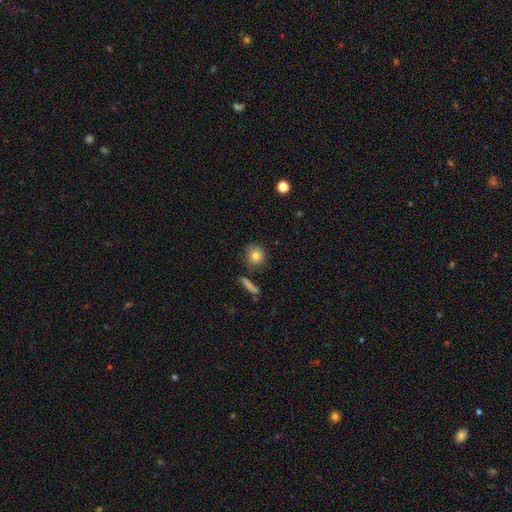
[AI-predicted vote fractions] A smooth galaxy with no disk features (80%) that is round (85%). Merging: none (79%).